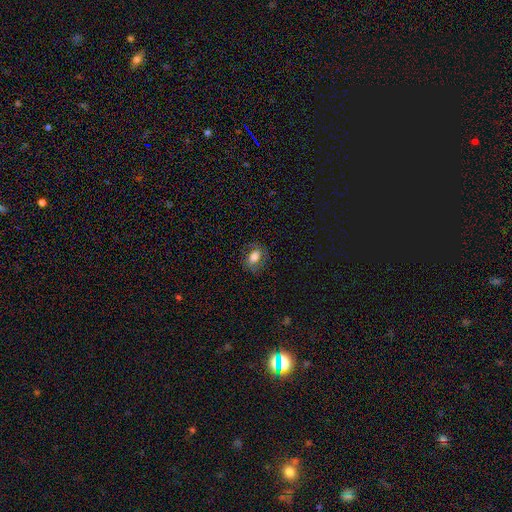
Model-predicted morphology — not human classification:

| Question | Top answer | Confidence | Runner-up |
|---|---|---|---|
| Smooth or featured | smooth | 65% | featured or disk (26%) |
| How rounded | in between | 72% | round (26%) |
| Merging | none | 75% | minor disturbance (16%) |